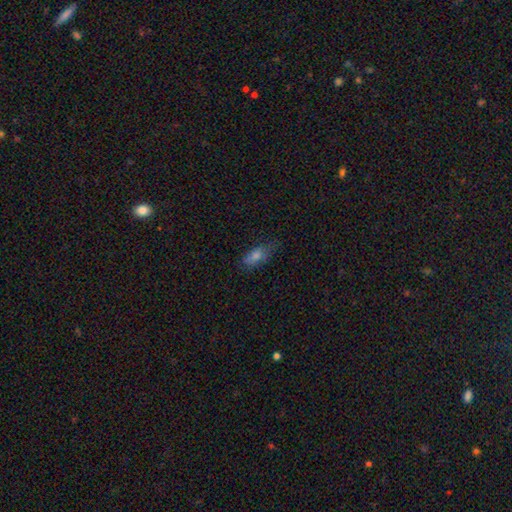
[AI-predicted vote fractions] A smooth galaxy with no disk features (67%) that is in between round and cigar-shaped (68%).

Vote fractions:
- Smooth or featured? smooth: 67% / featured or disk: 20% / star or artifact: 13%
- How rounded? in between: 68% / cigar-shaped: 26% / round: 6%
- Merging? none: 64% / minor disturbance: 26% / major disturbance: 8% / merger: 2%